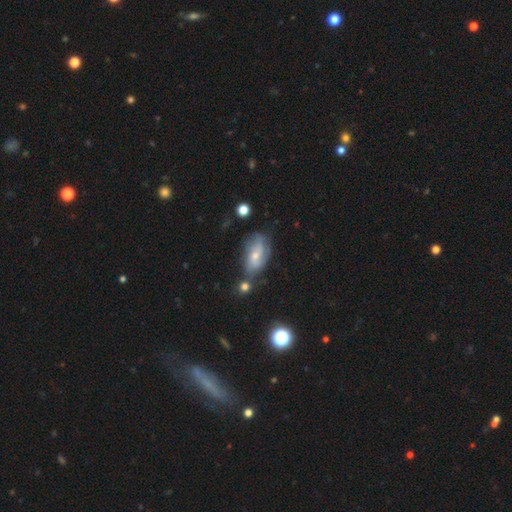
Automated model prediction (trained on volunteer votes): Overall: featured or disk (54%; smooth 37%). Edge-on disk: no (91%). Merging: none (51%; minor disturbance 27%).